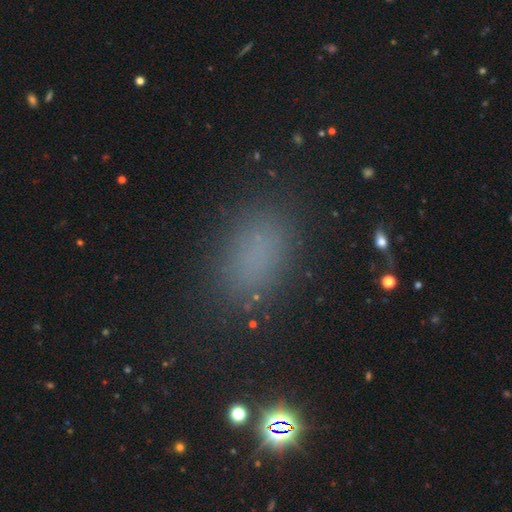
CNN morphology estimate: The model was most divided on "smooth or featured": smooth: 76%, star or artifact: 18%, featured or disk: 6%. More confident: how rounded — in between (86%); merging — none (84%).